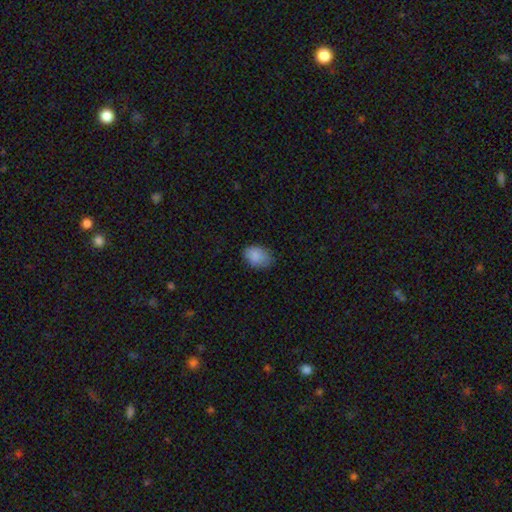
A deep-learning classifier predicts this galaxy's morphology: Smooth or featured? smooth (86%)
How rounded? in between (81%)
Merging? none (73%)